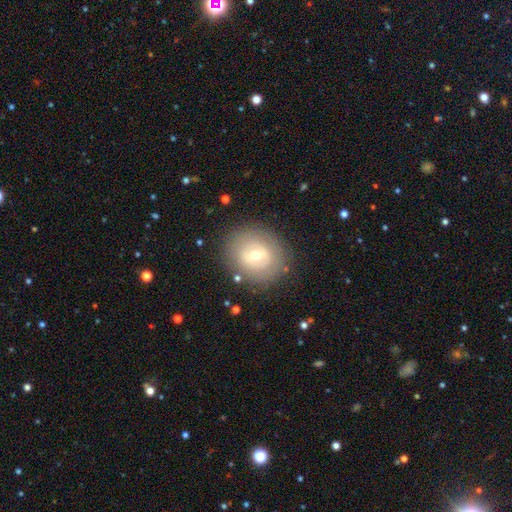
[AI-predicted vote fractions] smooth_or_featured: featured or disk (p=0.54) [alt: smooth p=0.38]
disk_edge_on: no (p=0.94) [alt: yes p=0.06]
bar: weak (p=0.47) [alt: no p=0.30]
has_spiral_arms: no (p=0.73) [alt: yes p=0.27]
bulge_size: moderate (p=0.55) [alt: small p=0.39]
merging: none (p=0.82) [alt: minor disturbance p=0.11]